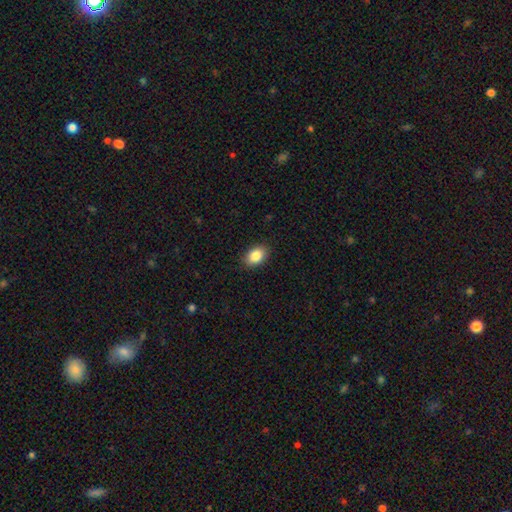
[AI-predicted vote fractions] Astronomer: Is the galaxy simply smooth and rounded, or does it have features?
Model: smooth — 86%.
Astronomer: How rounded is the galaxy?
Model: in between — 83%.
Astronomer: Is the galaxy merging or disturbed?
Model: none — 88%.